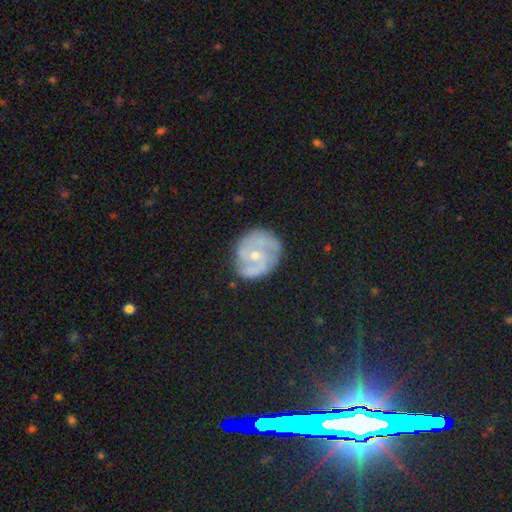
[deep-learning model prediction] The model was most divided on "spiral winding": medium: 44%, tight: 37%, loose: 19%. More confident: edge-on disk — no (97%); spiral arms — yes (88%); smooth or featured — featured or disk (74%); merging — none (73%); bulge size — small (60%); bar — no (58%); spiral arm count — 2 (53%).